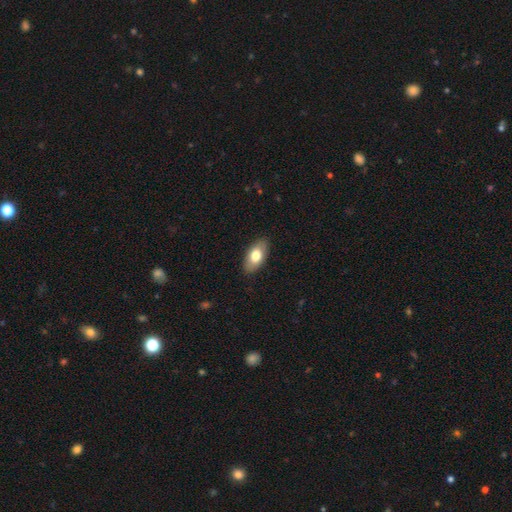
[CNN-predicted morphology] smooth 75%, featured or disk 19%, star or artifact 6%. Down the decision tree: how rounded — in between (93%); merging — none (87%).